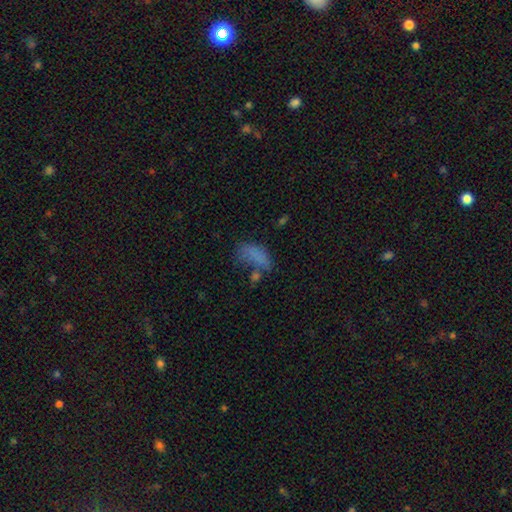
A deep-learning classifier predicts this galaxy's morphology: smooth-or-featured: smooth: 68% | featured or disk: 17% | star or artifact: 15%
  how-rounded: in between: 84% | cigar-shaped: 10% | round: 6%
  merging: none: 31% (tied) | major disturbance: 31% (tied) | minor disturbance: 21% | merger: 17%